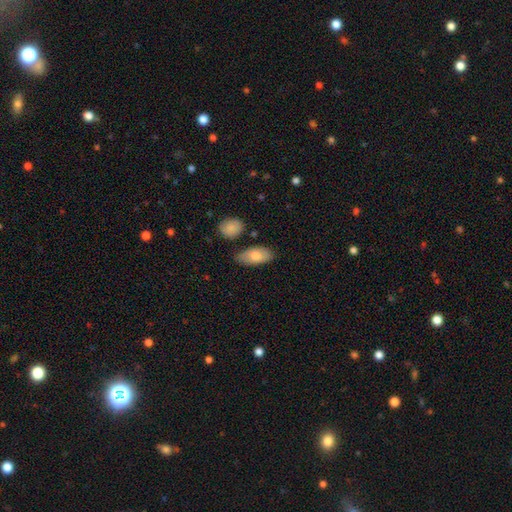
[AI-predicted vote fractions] smooth 79%, featured or disk 15%, star or artifact 6%. Down the decision tree: how rounded — in between (90%); merging — none (75%).